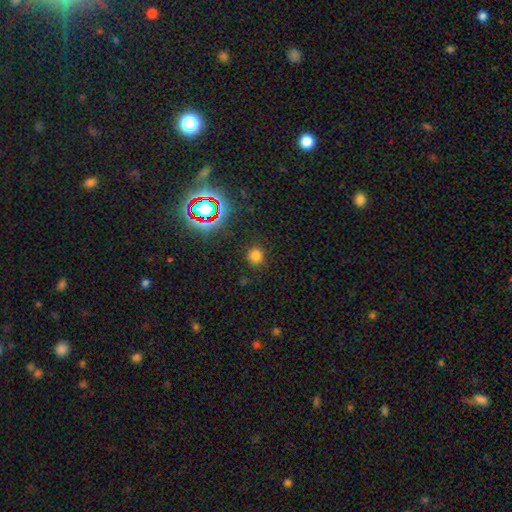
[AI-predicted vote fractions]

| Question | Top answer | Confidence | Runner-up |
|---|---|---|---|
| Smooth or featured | smooth | 74% | star or artifact (20%) |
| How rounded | round | 89% | in between (10%) |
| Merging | none | 88% | minor disturbance (8%) |